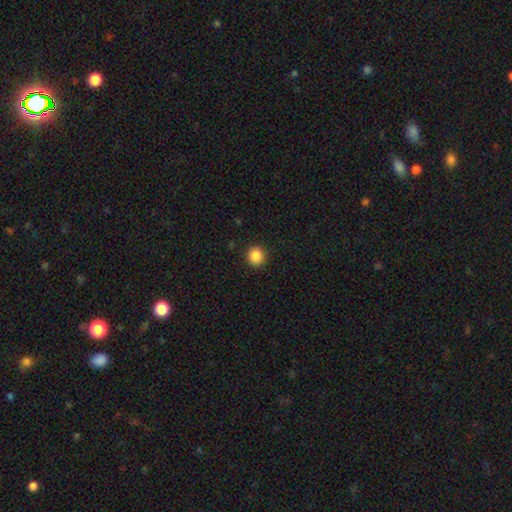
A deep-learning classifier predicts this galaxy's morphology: A smooth galaxy with no disk features (87%) that is round (89%). Merging: none (91%).